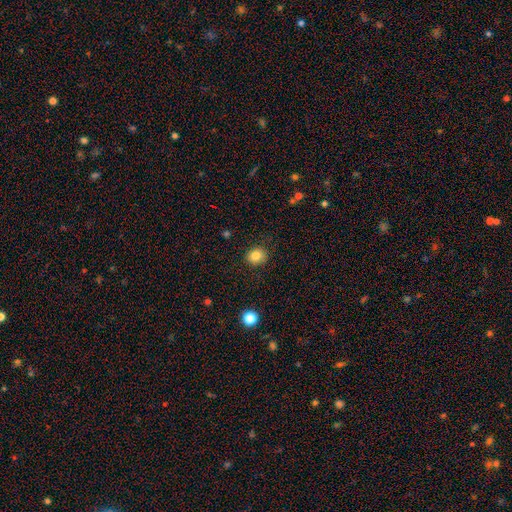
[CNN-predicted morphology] The model was most divided on "how rounded": round: 76%, in between: 23%, cigar-shaped: 1%. More confident: merging — none (88%); smooth or featured — smooth (83%).